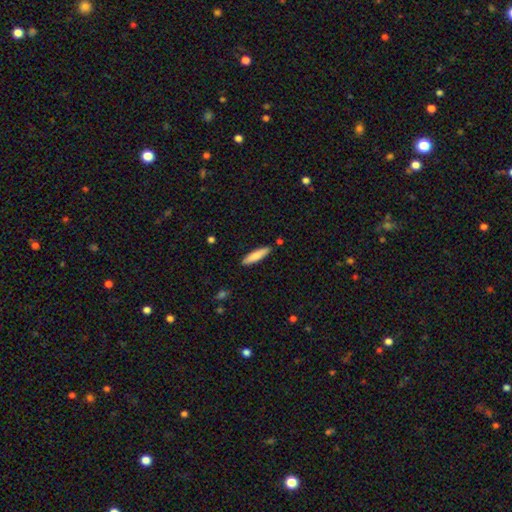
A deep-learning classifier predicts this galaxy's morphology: Smooth or featured?
  - smooth: 78% *
  - featured or disk: 16%
  - star or artifact: 6%
How rounded?
  - cigar-shaped: 74% *
  - in between: 24%
  - round: 1%
Merging?
  - none: 87% *
  - minor disturbance: 9%
  - merger: 2%
  - major disturbance: 2%